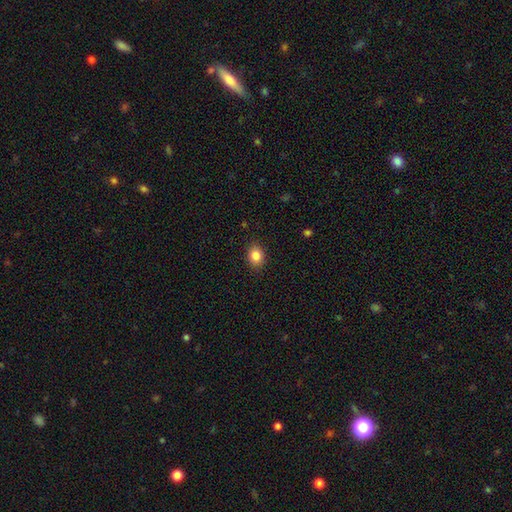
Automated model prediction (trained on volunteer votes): This is clearly a smooth galaxy (85%). How rounded: possibly in between (50%). Merging: clearly none (89%).